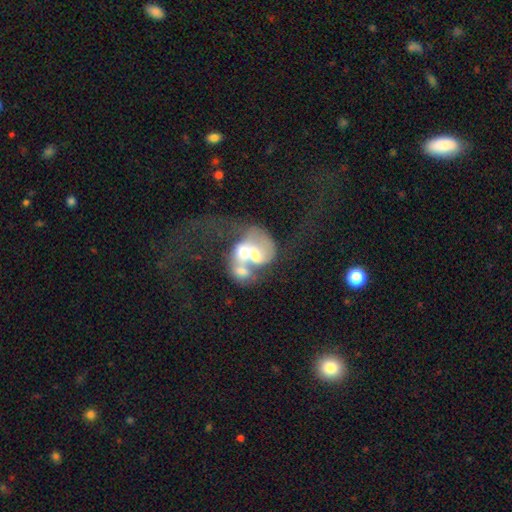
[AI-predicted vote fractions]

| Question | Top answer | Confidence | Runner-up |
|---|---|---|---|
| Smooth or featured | featured or disk | 59% | smooth (31%) |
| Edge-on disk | no | 97% | yes (3%) |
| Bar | no | 75% | weak (18%) |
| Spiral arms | no | 65% | yes (35%) |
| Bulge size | moderate | 50% | large (17%) |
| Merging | merger | 72% | major disturbance (15%) |